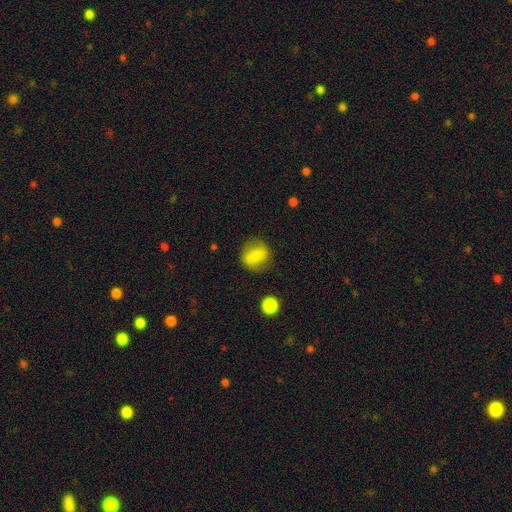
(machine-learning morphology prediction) A smooth galaxy with no disk features (66%) that is round (71%).

Vote fractions:
- Smooth or featured? smooth: 66% / featured or disk: 26% / star or artifact: 8%
- How rounded? round: 71% / in between: 27% / cigar-shaped: 2%
- Merging? none: 77% / minor disturbance: 15% / major disturbance: 6% / merger: 2%